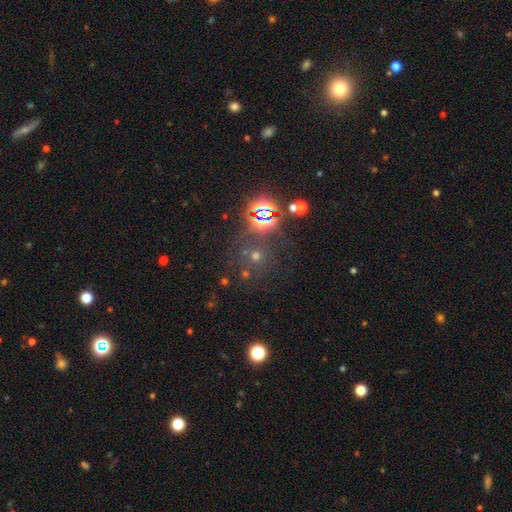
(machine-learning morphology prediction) A star or artifact, not a galaxy (46%).